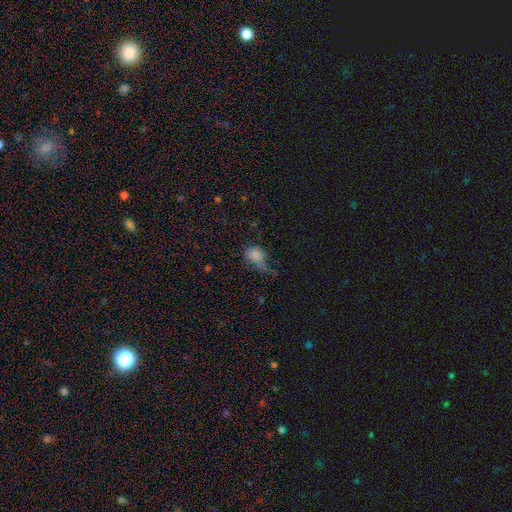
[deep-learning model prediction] This is likely a smooth galaxy (75%). How rounded: possibly in between (60%). Merging: marginally major disturbance (34%).